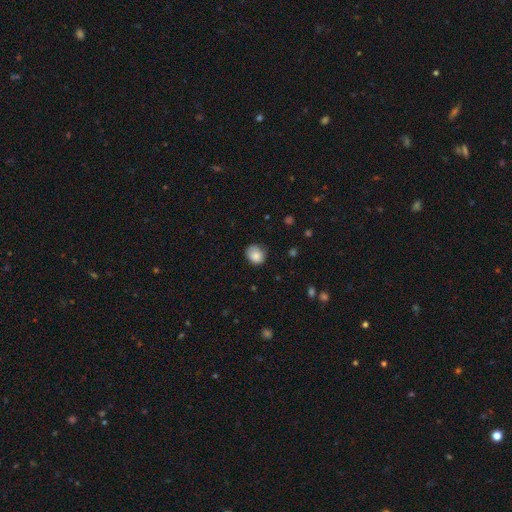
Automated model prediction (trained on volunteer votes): Smooth or featured: smooth — 84% (star or artifact — 9%)
How rounded: round — 68% (in between — 31%)
Merging: none — 66% (minor disturbance — 27%)